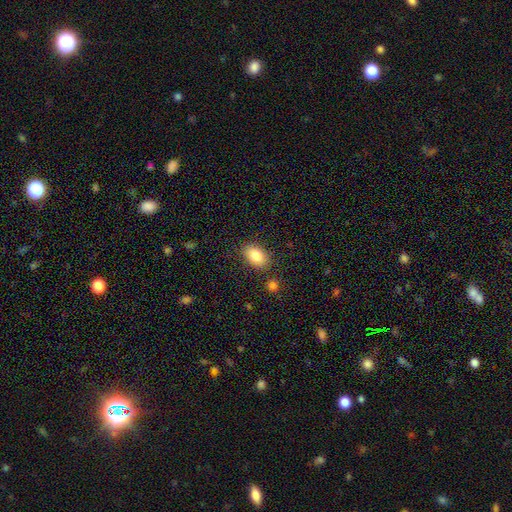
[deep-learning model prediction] Smooth or featured? smooth (85%)
How rounded? in between (89%)
Merging? none (84%)